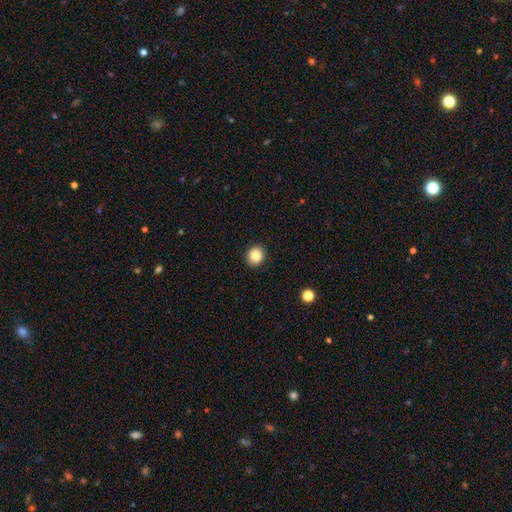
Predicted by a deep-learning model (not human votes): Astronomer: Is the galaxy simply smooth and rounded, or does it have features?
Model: smooth — 85%.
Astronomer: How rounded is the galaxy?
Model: round — 83%.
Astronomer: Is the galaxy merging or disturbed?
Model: none — 91%.